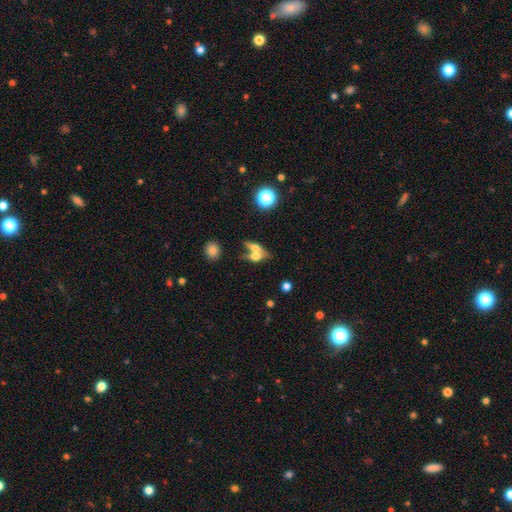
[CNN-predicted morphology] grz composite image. It shows a smooth galaxy with no disk features (57%) that is in between round and cigar-shaped (58%). Merging: merger (57%).